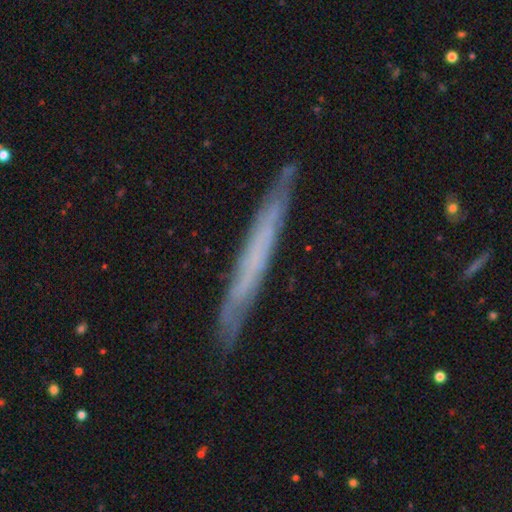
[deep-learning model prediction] smooth_or_featured: featured or disk (p=0.58) [alt: smooth p=0.34]
disk_edge_on: yes (p=0.90) [alt: no p=0.10]
edge_on_bulge: none (p=0.89) [alt: rounded p=0.07]
merging: none (p=0.86) [alt: minor disturbance p=0.11]